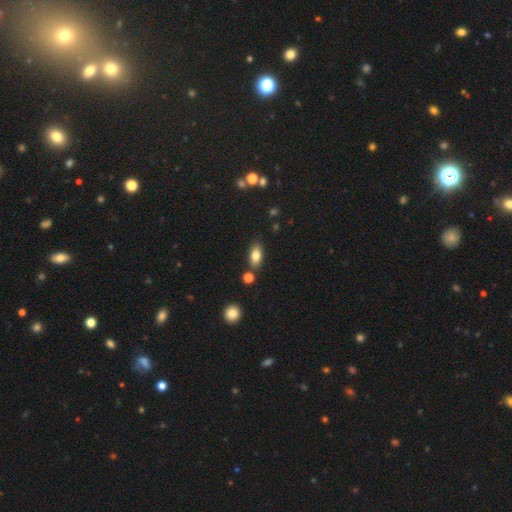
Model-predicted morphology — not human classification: Overall: smooth (80%). How rounded: in between (88%). Merging: none (80%).